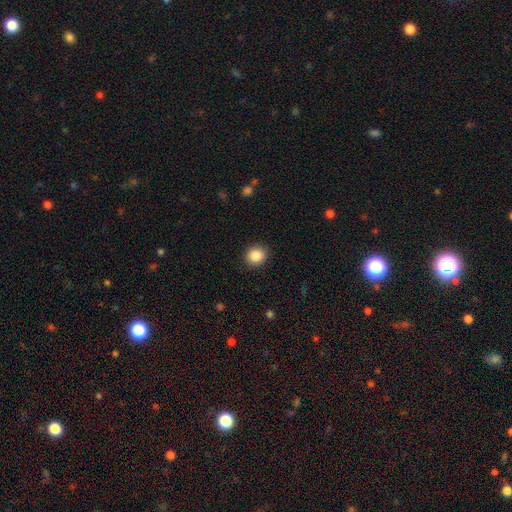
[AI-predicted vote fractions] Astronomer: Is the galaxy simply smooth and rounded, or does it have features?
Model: smooth — 87%.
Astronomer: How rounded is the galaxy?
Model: round — 84%.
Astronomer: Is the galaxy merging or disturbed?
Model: none — 91%.